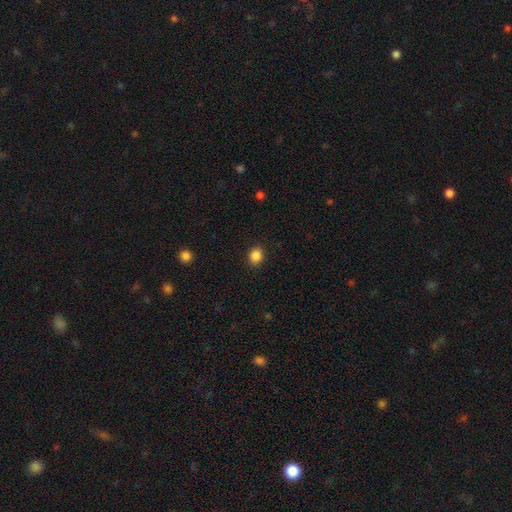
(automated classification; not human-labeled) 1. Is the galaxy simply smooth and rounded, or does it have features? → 87% smooth, 10% star or artifact, 3% featured or disk.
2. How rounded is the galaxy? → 68% round, 32% in between, 1% cigar-shaped.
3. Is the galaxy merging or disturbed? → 90% none, 7% minor disturbance, 2% major disturbance, 1% merger.